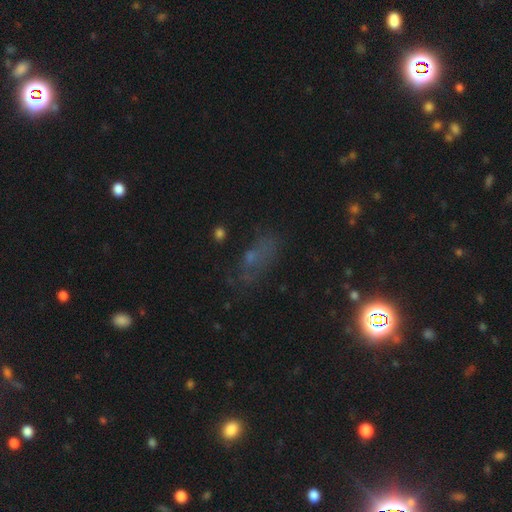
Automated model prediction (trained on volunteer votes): Morphology: type=smooth (43%); merging=none (50%).